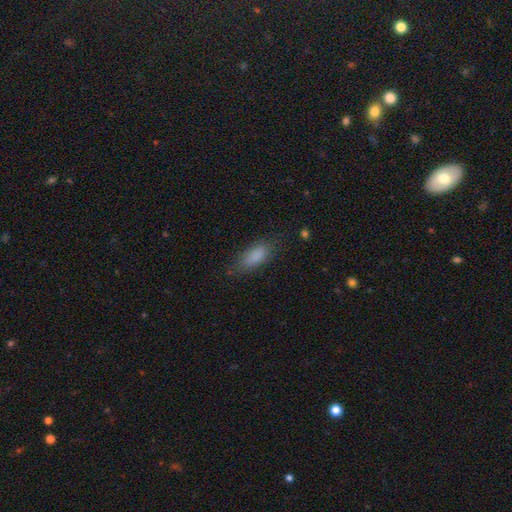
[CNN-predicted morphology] Smooth or featured? smooth (84%)
How rounded? in between (75%)
Merging? none (74%)